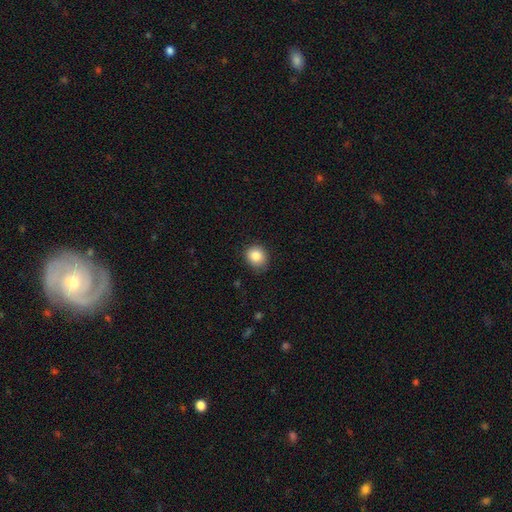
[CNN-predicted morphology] Q: Smooth or featured?
A: smooth (85%); runner-up: star or artifact (9%)
Q: How rounded?
A: round (72%); runner-up: in between (27%)
Q: Merging?
A: none (80%); runner-up: minor disturbance (16%)